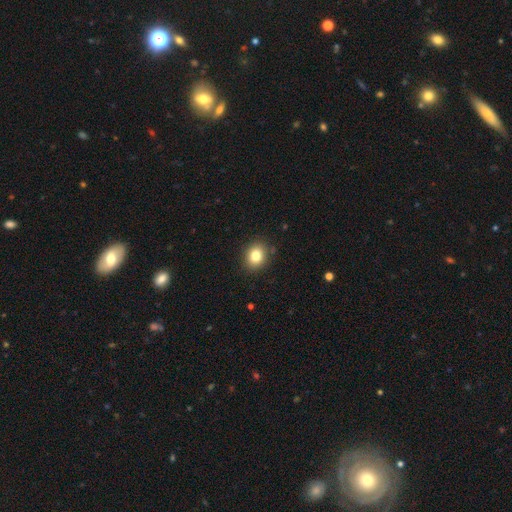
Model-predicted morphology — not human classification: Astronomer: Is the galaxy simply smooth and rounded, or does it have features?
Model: smooth — 82%.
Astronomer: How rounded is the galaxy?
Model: round — 56% (runner-up: in between, 43%).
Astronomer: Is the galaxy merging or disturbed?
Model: none — 88%.